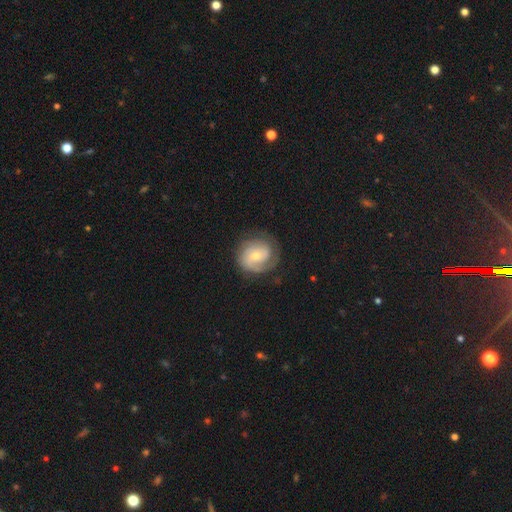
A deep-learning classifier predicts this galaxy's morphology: smooth-or-featured: featured or disk: 73% | smooth: 21% | star or artifact: 6%
  disk-edge-on: no: 98% | yes: 2%
    bar: no: 65% | weak: 29% | strong: 6%
    has-spiral-arms: yes: 92% | no: 8%
      spiral-winding: tight: 58% | medium: 31% | loose: 11%
      spiral-arm-count: 2: 40% | can't tell: 24% | 1: 15% | 3: 14% | 4: 4% | more than 4: 3%
    bulge-size: small: 52% | moderate: 43% | large: 3% | none: 1% | dominant: 1%
  merging: none: 74% | minor disturbance: 16% | major disturbance: 8% | merger: 1%